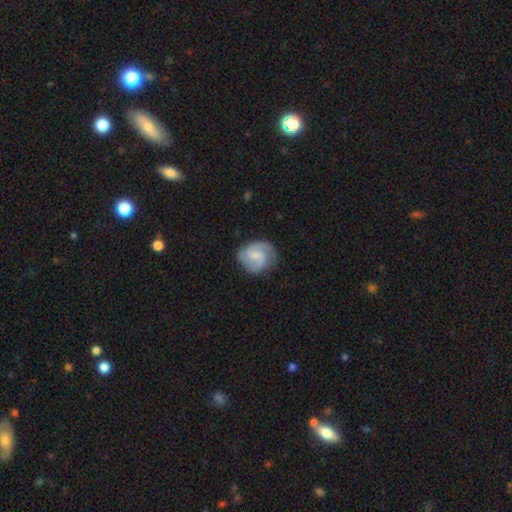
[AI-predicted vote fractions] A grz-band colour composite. It shows a featured or disk galaxy (66%) with a weak bar (56%), 2 (69%) medium (48%) spiral arms (92%) and a small central bulge (46%). Merging: none (69%).